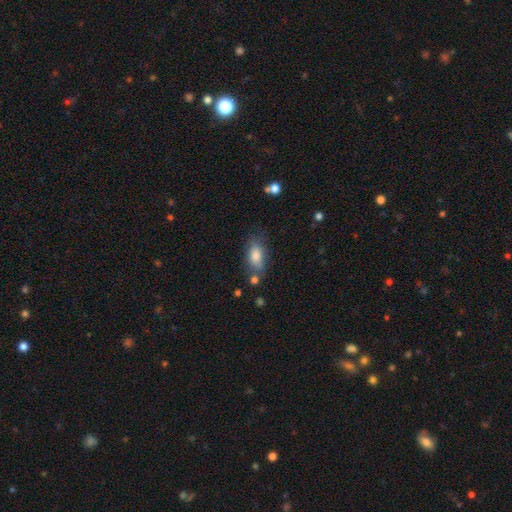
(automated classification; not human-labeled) Smooth or featured? smooth (79%)
How rounded? in between (86%)
Merging? none (68%)